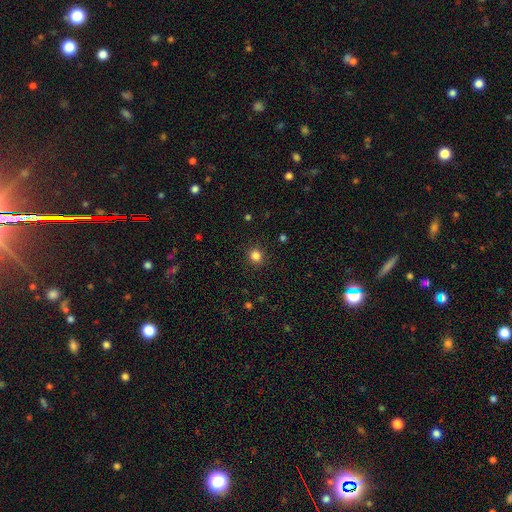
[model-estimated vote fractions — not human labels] Smooth or featured: smooth — 83% (star or artifact — 13%)
How rounded: round — 88% (in between — 11%)
Merging: none — 91% (minor disturbance — 6%)